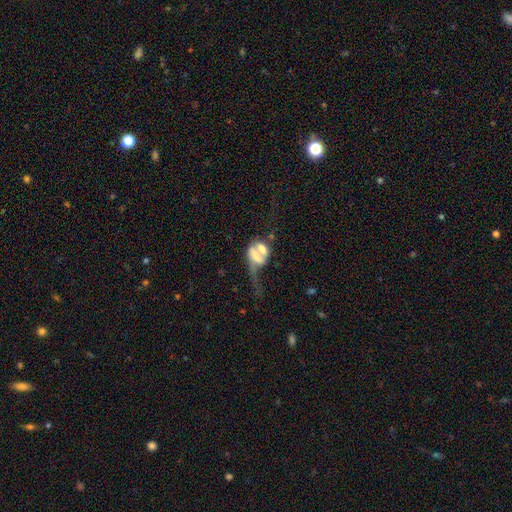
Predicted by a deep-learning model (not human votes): Morphology: type=featured or disk (48%); merging=merger (54%).